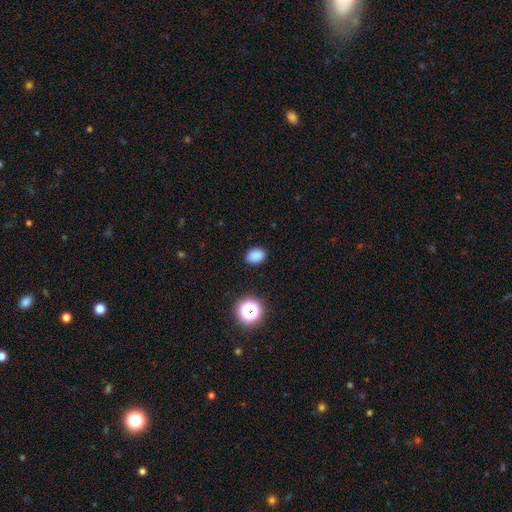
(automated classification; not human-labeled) Morphology: type=smooth (84%); roundness=in between (70%); merging=none (88%).